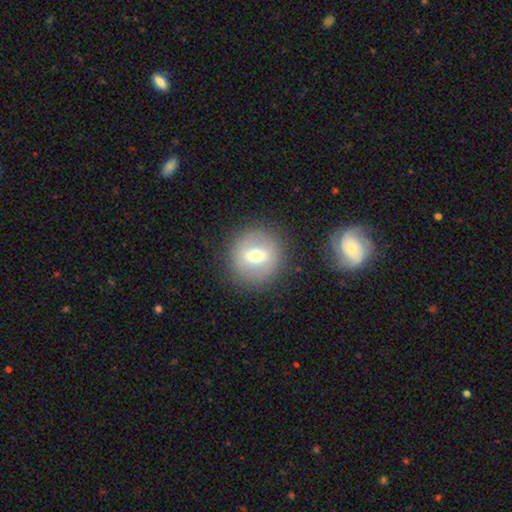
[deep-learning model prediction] smooth-or-featured: smooth: 54% | featured or disk: 37% | star or artifact: 9%
  how-rounded: round: 91% | in between: 8% | cigar-shaped: 1%
  merging: none: 84% | minor disturbance: 8% | merger: 4% | major disturbance: 3%